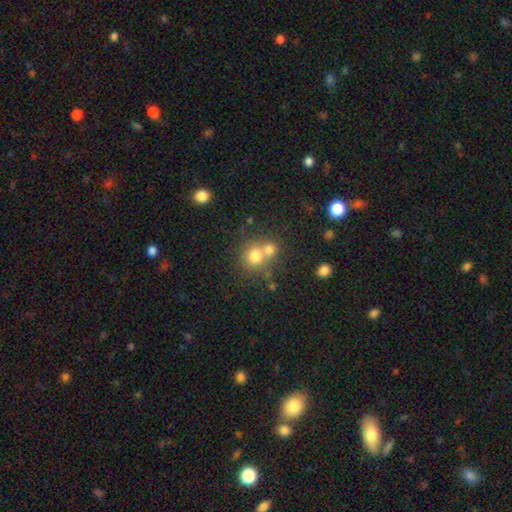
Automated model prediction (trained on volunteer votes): smooth-or-featured: smooth: 75% | featured or disk: 13% | star or artifact: 13%
  how-rounded: round: 83% | in between: 16% | cigar-shaped: 1%
  merging: merger: 51% | none: 39% | minor disturbance: 7% | major disturbance: 3%